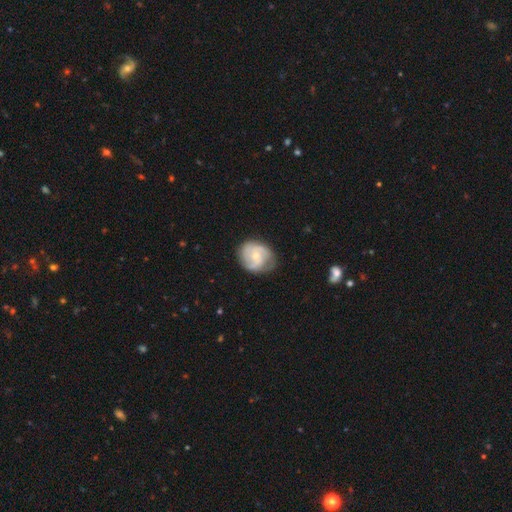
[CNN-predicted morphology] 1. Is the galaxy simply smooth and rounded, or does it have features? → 72% featured or disk, 22% smooth, 6% star or artifact.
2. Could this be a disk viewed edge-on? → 98% no, 2% yes.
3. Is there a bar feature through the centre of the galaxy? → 67% no, 28% weak, 4% strong.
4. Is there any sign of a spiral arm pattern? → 93% yes, 7% no.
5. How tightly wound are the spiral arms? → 45% medium, 40% tight, 15% loose.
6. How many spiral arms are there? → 44% 2, 28% 3, 17% can't tell, 4% 1, 4% 4, 3% more than 4.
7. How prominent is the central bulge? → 60% small, 35% moderate, 2% none, 1% large, 1% dominant.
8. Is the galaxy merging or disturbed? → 73% none, 20% minor disturbance, 6% major disturbance, 1% merger.